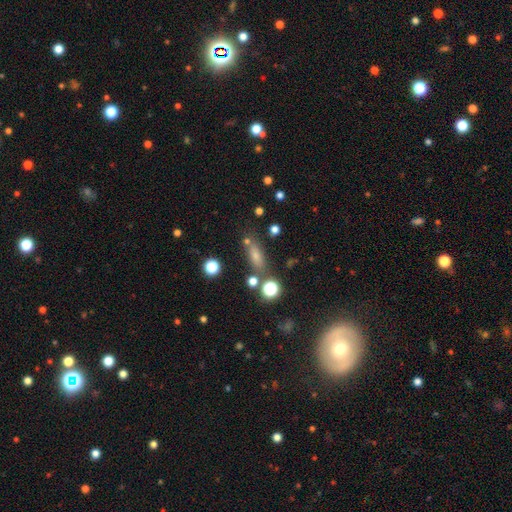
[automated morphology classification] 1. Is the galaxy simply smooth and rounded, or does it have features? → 57% smooth, 24% star or artifact, 19% featured or disk.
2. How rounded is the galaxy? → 49% in between, 36% cigar-shaped, 15% round.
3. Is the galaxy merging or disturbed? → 71% none, 13% minor disturbance, 10% merger, 5% major disturbance.